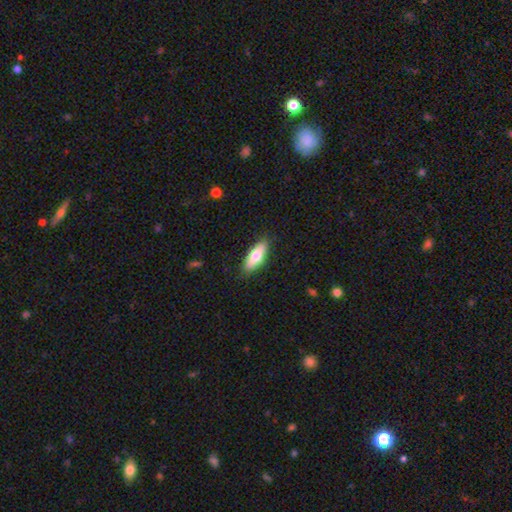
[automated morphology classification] smooth_or_featured: smooth (p=0.72) [alt: featured or disk p=0.22]
how_rounded: in between (p=0.63) [alt: cigar-shaped p=0.35]
merging: none (p=0.88) [alt: minor disturbance p=0.09]